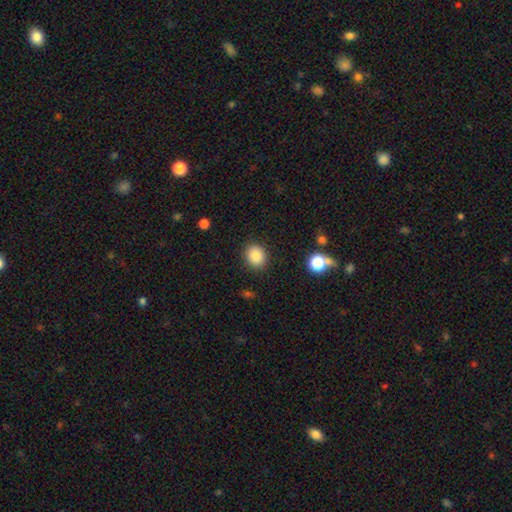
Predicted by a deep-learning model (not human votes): Smooth or featured? Predicted: smooth (p=0.86). How rounded? Predicted: round (p=0.67). Merging? Predicted: none (p=0.88).